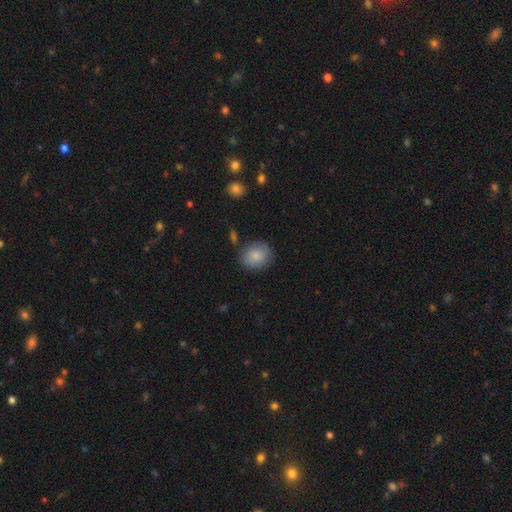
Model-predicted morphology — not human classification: A smooth galaxy with no disk features (83%) that is round (67%).

Vote fractions:
- Smooth or featured? smooth: 83% / featured or disk: 10% / star or artifact: 7%
- How rounded? round: 67% / in between: 32% / cigar-shaped: 1%
- Merging? none: 78% / minor disturbance: 15% / major disturbance: 4% / merger: 3%